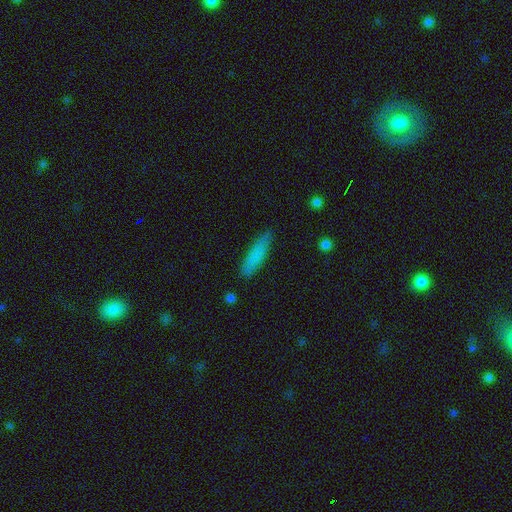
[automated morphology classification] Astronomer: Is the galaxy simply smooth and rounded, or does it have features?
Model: smooth — 81%.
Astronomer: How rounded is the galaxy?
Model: cigar-shaped — 78%.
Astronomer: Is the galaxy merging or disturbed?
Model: none — 83%.